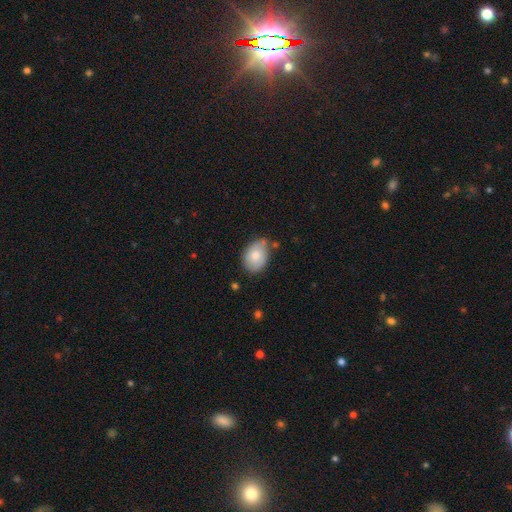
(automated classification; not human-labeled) This is likely a smooth galaxy (77%). How rounded: likely in between (75%). Merging: likely none (60%).